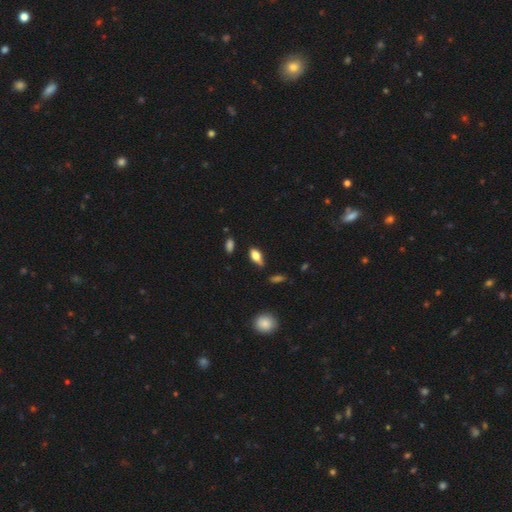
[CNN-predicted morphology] A smooth galaxy with no disk features (66%) that is in between round and cigar-shaped (82%). Merging: none (66%).